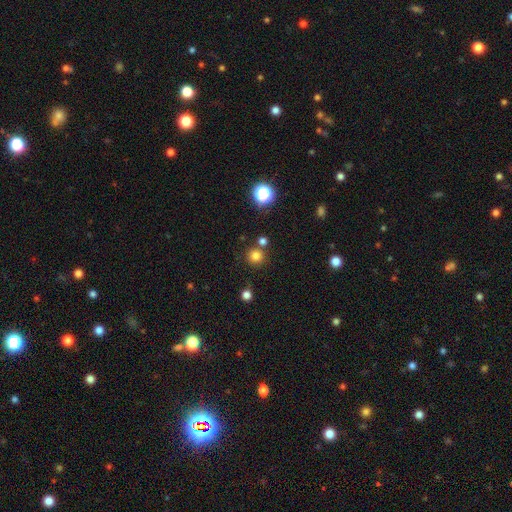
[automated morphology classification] This is likely a smooth galaxy (78%). How rounded: clearly round (94%). Merging: likely none (78%).